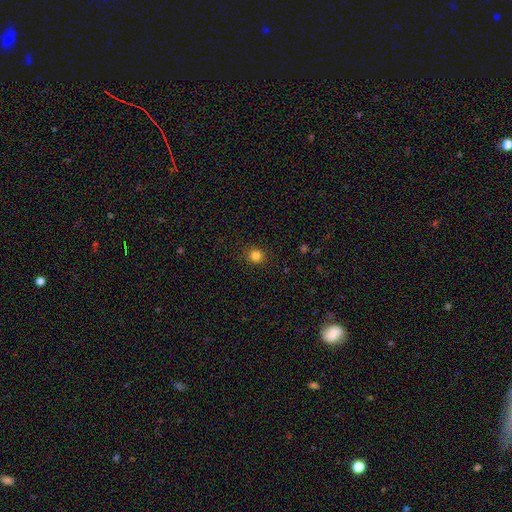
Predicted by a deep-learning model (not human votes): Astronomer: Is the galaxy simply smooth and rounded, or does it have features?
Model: smooth — 83%.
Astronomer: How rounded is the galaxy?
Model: round — 87%.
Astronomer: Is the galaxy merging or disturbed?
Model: none — 90%.